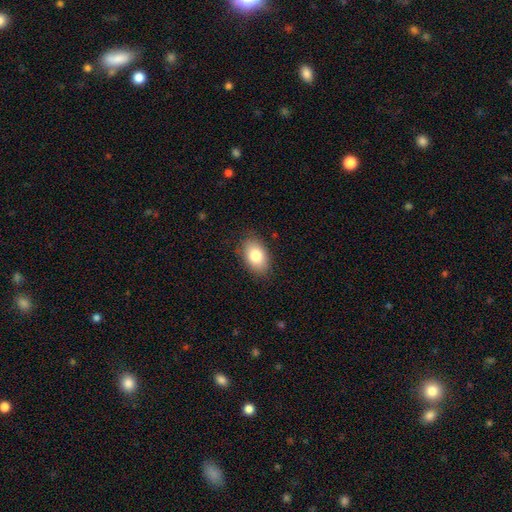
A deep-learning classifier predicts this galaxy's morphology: type=smooth (81%); roundness=in between (88%); merging=none (84%).